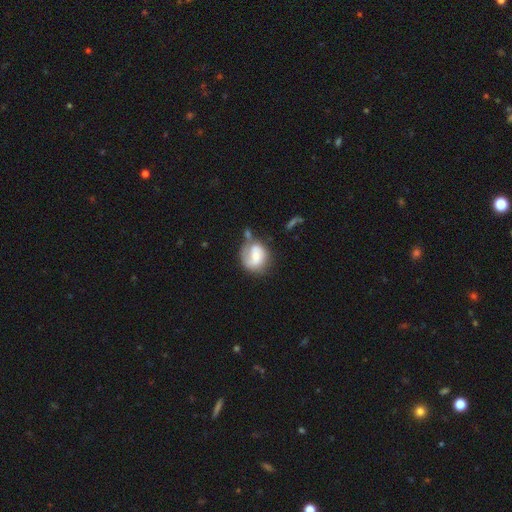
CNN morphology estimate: A featured or disk galaxy (50%). Merging: none (44%).